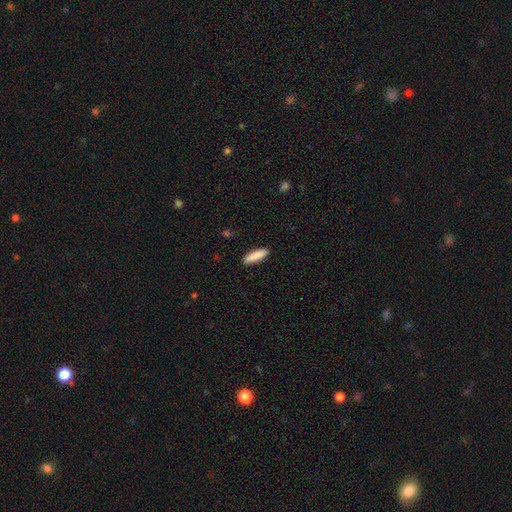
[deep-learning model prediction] This is clearly a smooth galaxy (89%). How rounded: likely cigar-shaped (65%). Merging: clearly none (90%).